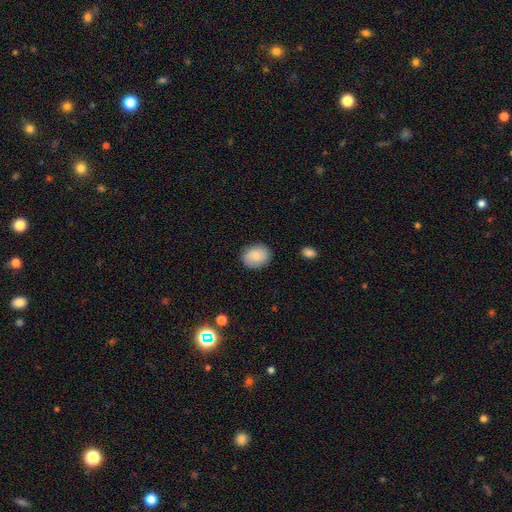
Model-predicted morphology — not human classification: The model was most divided on "how rounded": in between: 54%, round: 45%, cigar-shaped: 1%. More confident: merging — none (87%); smooth or featured — smooth (84%).